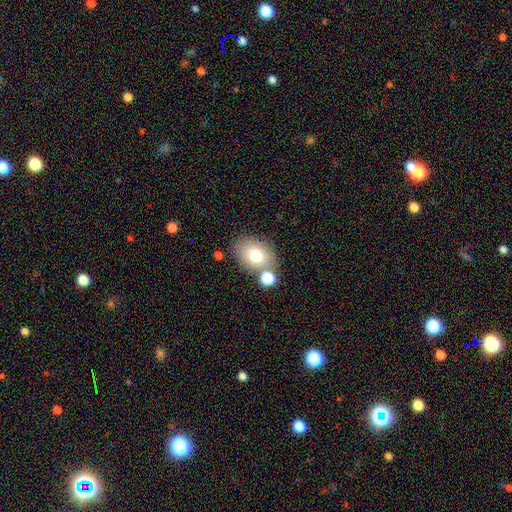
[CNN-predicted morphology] Smooth or featured? Predicted: smooth (p=0.75). How rounded? Predicted: in between (p=0.75). Merging? Predicted: none (p=0.68).